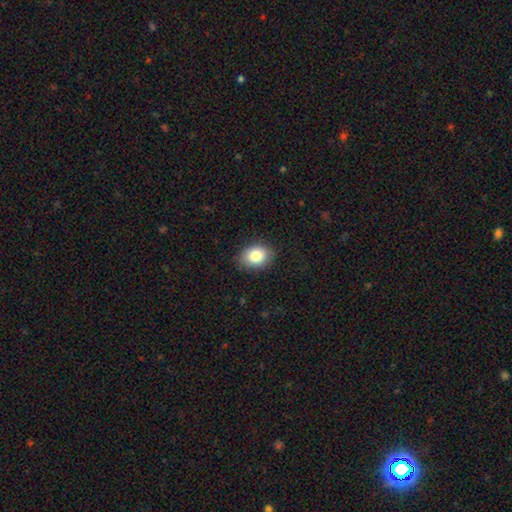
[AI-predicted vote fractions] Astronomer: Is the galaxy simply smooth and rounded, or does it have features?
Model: smooth — 85%.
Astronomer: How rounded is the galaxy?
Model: in between — 69%.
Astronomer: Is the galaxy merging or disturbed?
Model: none — 86%.